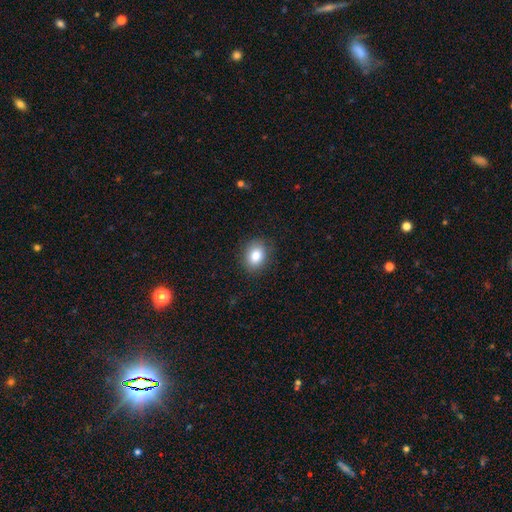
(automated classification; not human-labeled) smooth_or_featured: smooth (p=0.84) [alt: star or artifact p=0.09]
how_rounded: in between (p=0.58) [alt: round p=0.41]
merging: none (p=0.86) [alt: minor disturbance p=0.10]